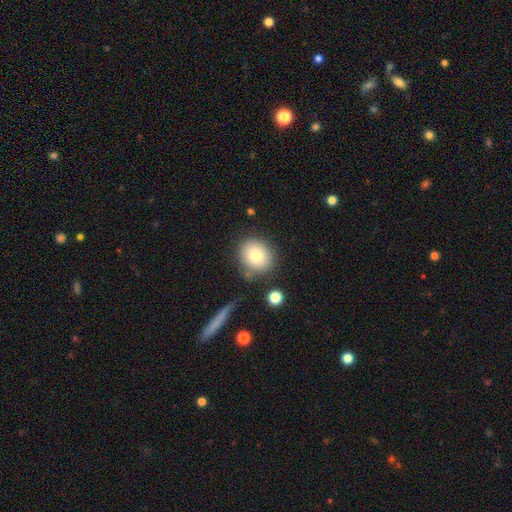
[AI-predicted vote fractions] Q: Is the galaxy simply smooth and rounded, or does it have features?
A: smooth — 80%.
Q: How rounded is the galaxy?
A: round — 75%.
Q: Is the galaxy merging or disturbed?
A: none — 77%.